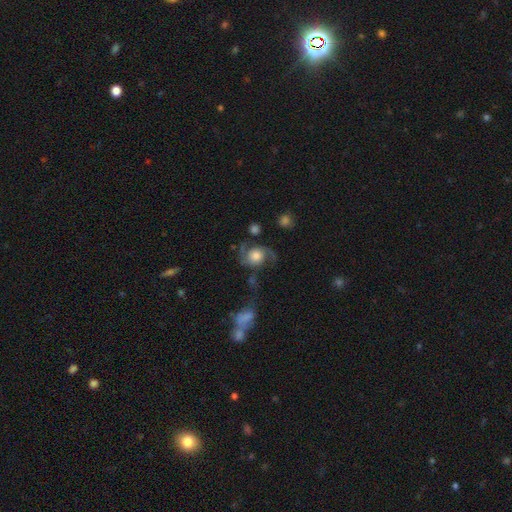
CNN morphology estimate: Smooth or featured? featured or disk (76%)
Edge-on disk? no (97%)
Bar? no (77%)
Spiral arms? yes (94%)
Spiral winding? medium (44%)
Spiral arm count? 2 (90%)
Bulge size? large (45%)
Merging? none (56%)